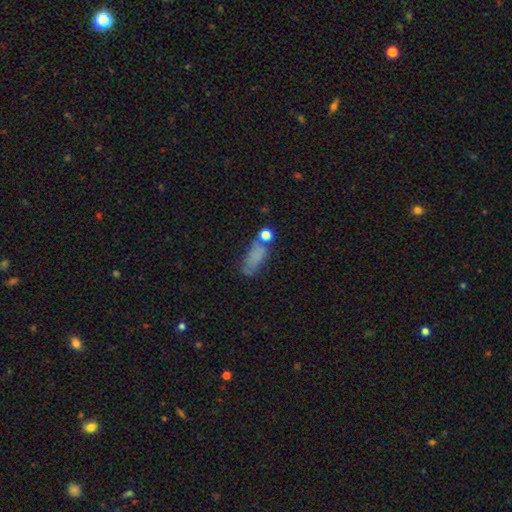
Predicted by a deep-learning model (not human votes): Morphology: type=smooth (68%); roundness=in between (71%); merging=none (46%).